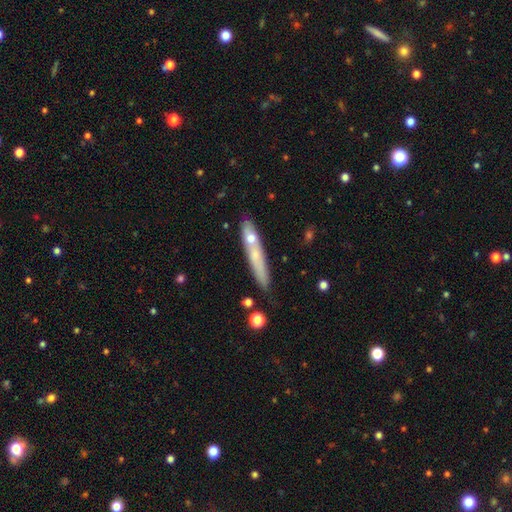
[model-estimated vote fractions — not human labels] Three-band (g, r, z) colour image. It shows a smooth galaxy with no disk features (50%). Merging: none (69%).